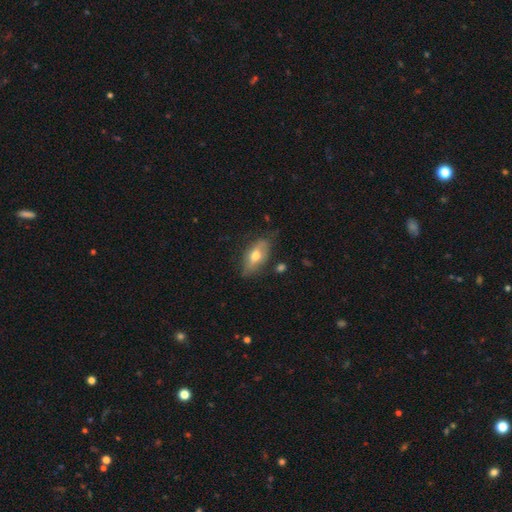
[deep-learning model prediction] A smooth galaxy with no disk features (59%) that is in between round and cigar-shaped (85%). Merging: none (68%).